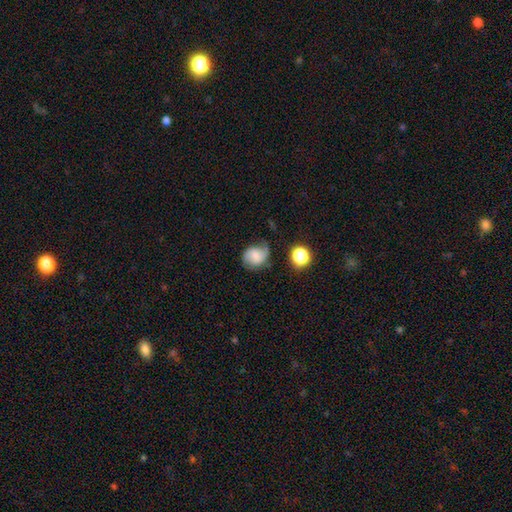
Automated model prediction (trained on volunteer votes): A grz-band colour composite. It shows a smooth galaxy with no disk features (48%). Merging: none (54%).